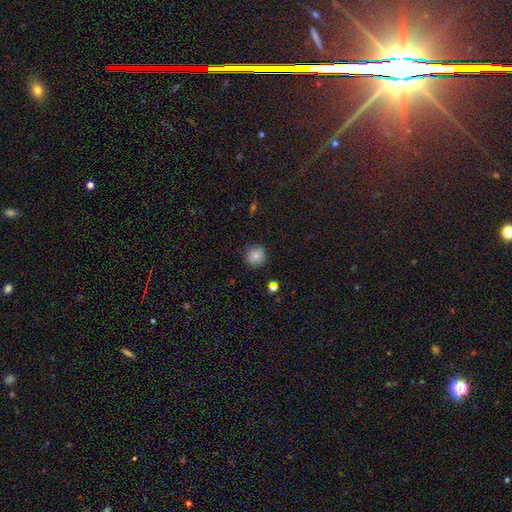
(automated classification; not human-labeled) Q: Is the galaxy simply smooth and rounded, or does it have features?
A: smooth — 81%.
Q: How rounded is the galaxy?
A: round — 90%.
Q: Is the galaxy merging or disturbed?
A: none — 86%.